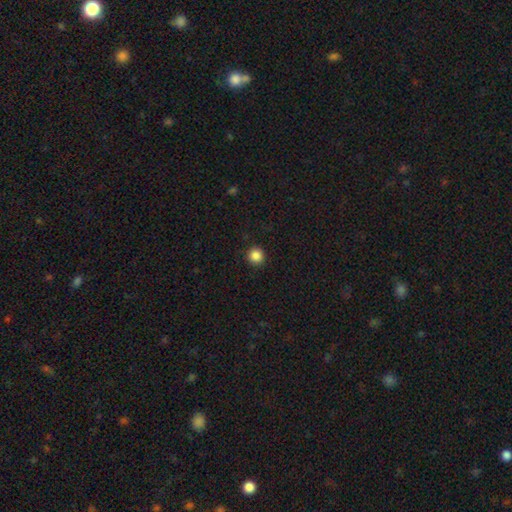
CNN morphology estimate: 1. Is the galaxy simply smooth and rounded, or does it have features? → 87% smooth, 11% star or artifact, 3% featured or disk.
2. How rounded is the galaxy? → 95% round, 4% in between, 1% cigar-shaped.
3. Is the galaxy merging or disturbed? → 92% none, 5% minor disturbance, 2% major disturbance, 1% merger.